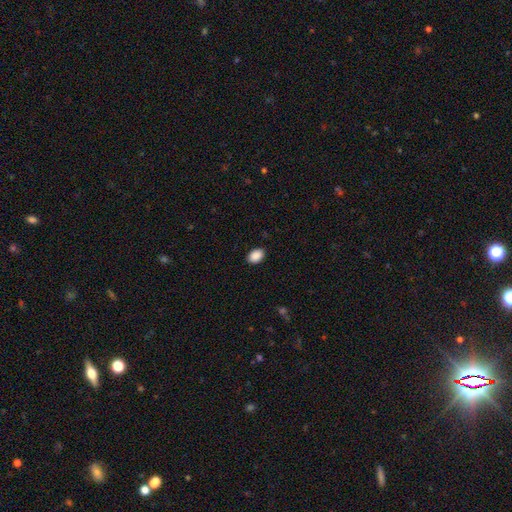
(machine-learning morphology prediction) Smooth or featured? Predicted: smooth (p=0.90). How rounded? Predicted: in between (p=0.83). Merging? Predicted: none (p=0.90).